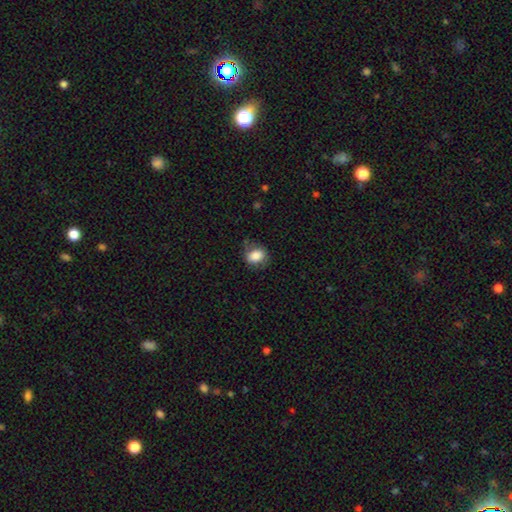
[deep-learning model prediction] The model was most divided on "how rounded": in between: 54%, round: 45%, cigar-shaped: 1%. More confident: smooth or featured — smooth (80%); merging — none (67%).